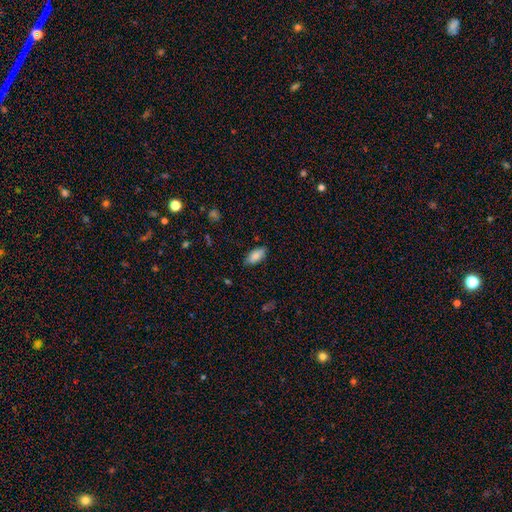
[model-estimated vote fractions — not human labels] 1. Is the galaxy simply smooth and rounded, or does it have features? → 84% smooth, 9% featured or disk, 7% star or artifact.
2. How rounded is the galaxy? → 90% in between, 7% cigar-shaped, 2% round.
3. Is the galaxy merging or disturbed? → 82% none, 15% minor disturbance, 3% major disturbance, 1% merger.